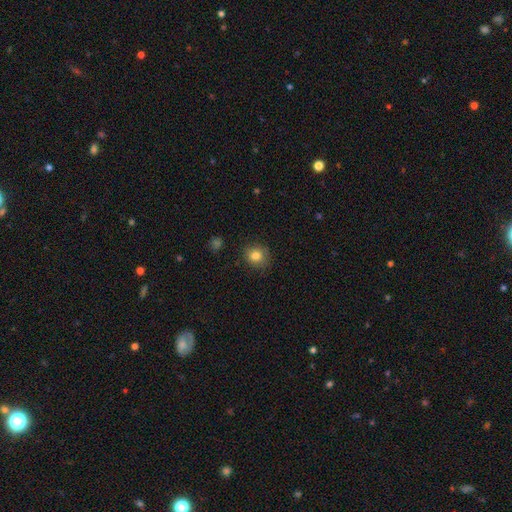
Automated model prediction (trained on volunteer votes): Smooth or featured?
  - smooth: 81% *
  - star or artifact: 11%
  - featured or disk: 8%
How rounded?
  - round: 80% *
  - in between: 19%
  - cigar-shaped: 1%
Merging?
  - none: 82% *
  - minor disturbance: 14%
  - major disturbance: 3%
  - merger: 1%